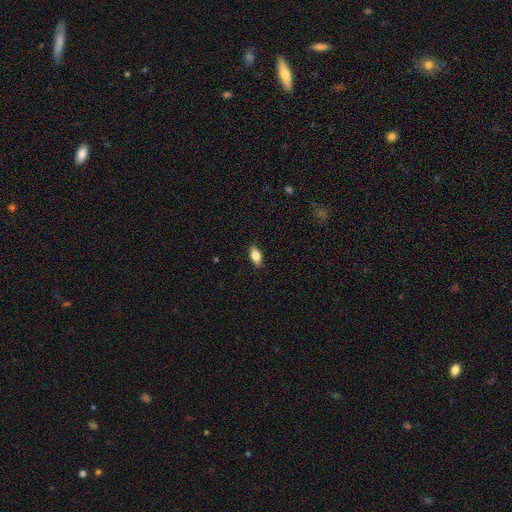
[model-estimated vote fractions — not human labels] Smooth or featured? Predicted: smooth (p=0.81). How rounded? Predicted: in between (p=0.87). Merging? Predicted: none (p=0.89).